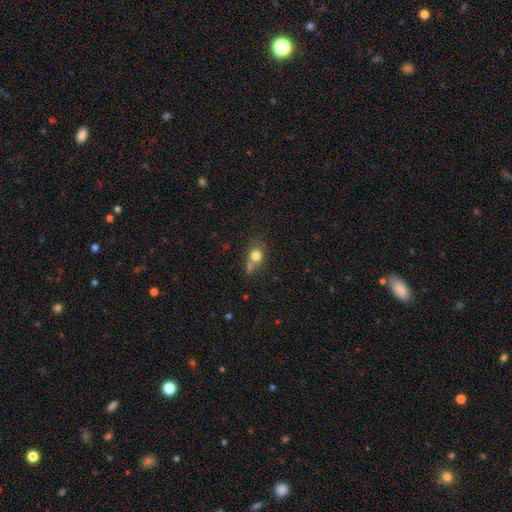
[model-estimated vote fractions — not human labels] Smooth or featured: smooth — 77% (featured or disk — 12%)
How rounded: round — 66% (in between — 32%)
Merging: none — 42% (merger — 37%)